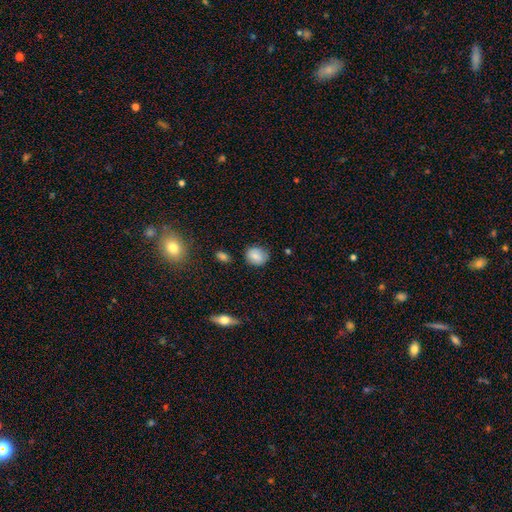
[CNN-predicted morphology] Q: Smooth or featured?
A: smooth (80%); runner-up: featured or disk (11%)
Q: How rounded?
A: round (58%); runner-up: in between (41%)
Q: Merging?
A: none (77%); runner-up: minor disturbance (17%)